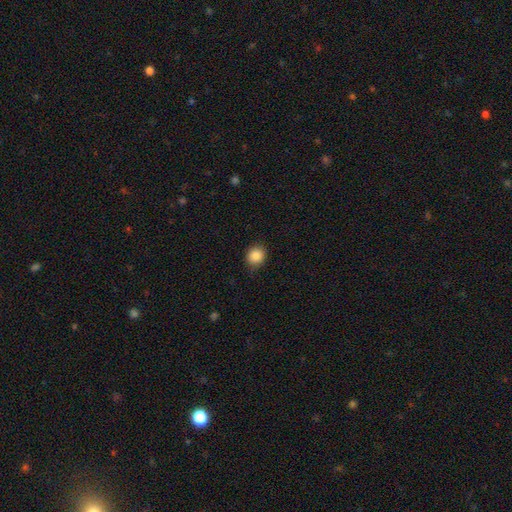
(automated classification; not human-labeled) smooth 86%, star or artifact 9%, featured or disk 4%. Down the decision tree: how rounded — round (75%); merging — none (86%).